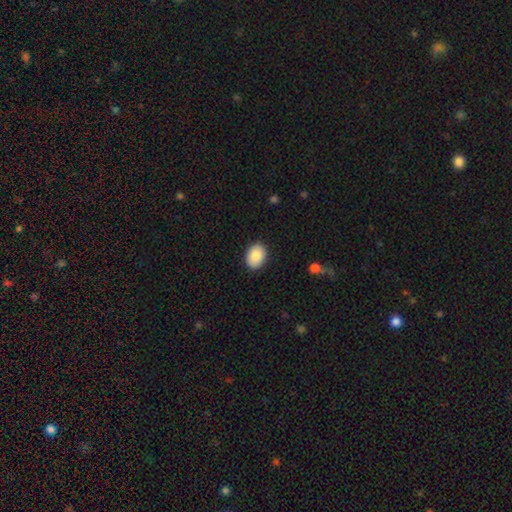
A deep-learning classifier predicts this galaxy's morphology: A smooth galaxy with no disk features (88%) that is in between round and cigar-shaped (75%). Merging: none (89%).